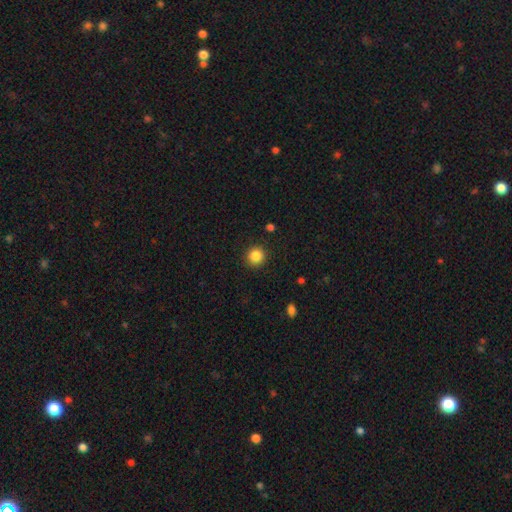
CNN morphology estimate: Smooth or featured: smooth — 85% (star or artifact — 11%)
How rounded: round — 93% (in between — 6%)
Merging: none — 92% (minor disturbance — 5%)